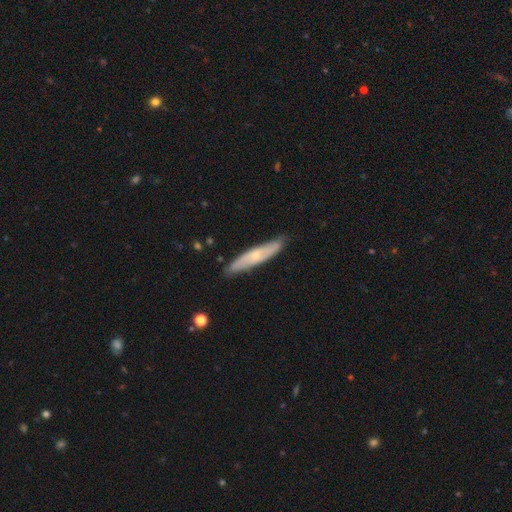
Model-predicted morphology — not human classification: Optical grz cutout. It shows a featured or disk galaxy (49%). Merging: none (84%).